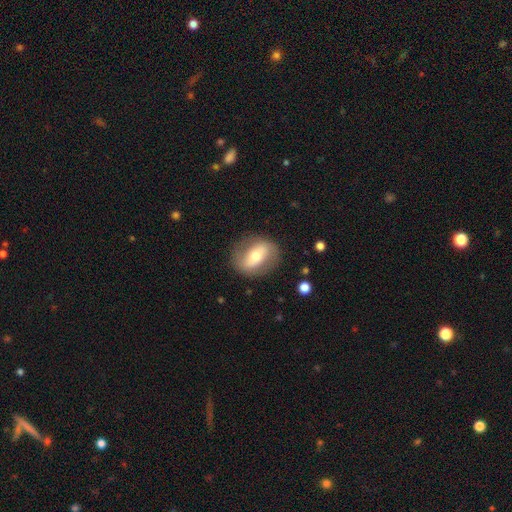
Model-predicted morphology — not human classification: Smooth or featured?
  - featured or disk: 51% *
  - smooth: 42%
  - star or artifact: 7%
Edge-on disk?
  - no: 88% *
  - yes: 12%
Merging?
  - none: 80% *
  - minor disturbance: 13%
  - major disturbance: 6%
  - merger: 1%